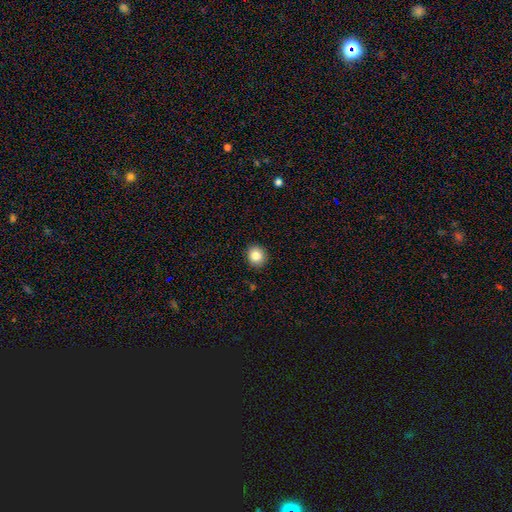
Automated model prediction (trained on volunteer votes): smooth_or_featured: smooth (p=0.85) [alt: star or artifact p=0.09]
how_rounded: round (p=0.86) [alt: in between p=0.13]
merging: none (p=0.92) [alt: minor disturbance p=0.06]